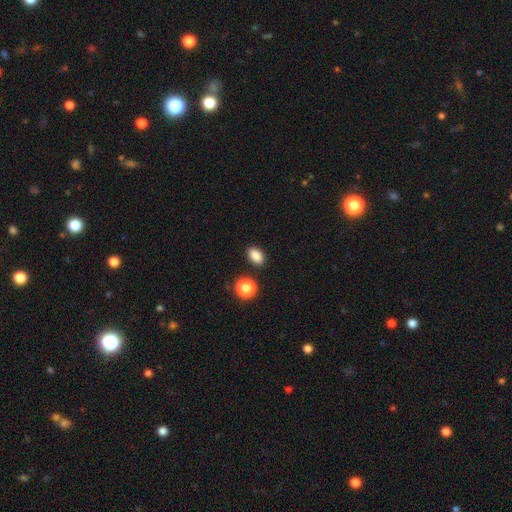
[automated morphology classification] Smooth or featured: smooth — 87% (star or artifact — 10%)
How rounded: in between — 85% (round — 14%)
Merging: none — 85% (minor disturbance — 9%)